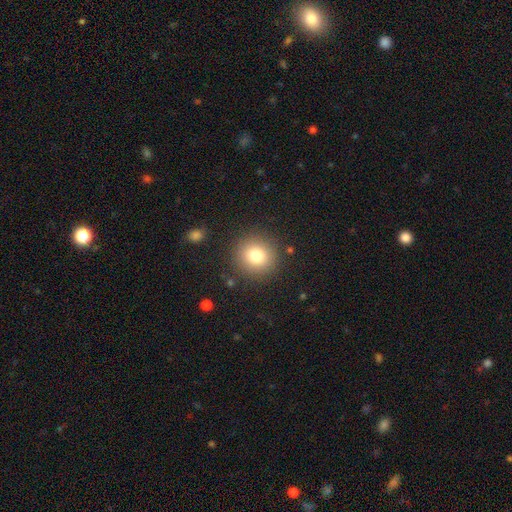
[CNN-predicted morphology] smooth-or-featured: smooth: 79% | star or artifact: 12% | featured or disk: 10%
  how-rounded: round: 93% | in between: 6% | cigar-shaped: 1%
  merging: none: 88% | minor disturbance: 7% | major disturbance: 3% | merger: 2%